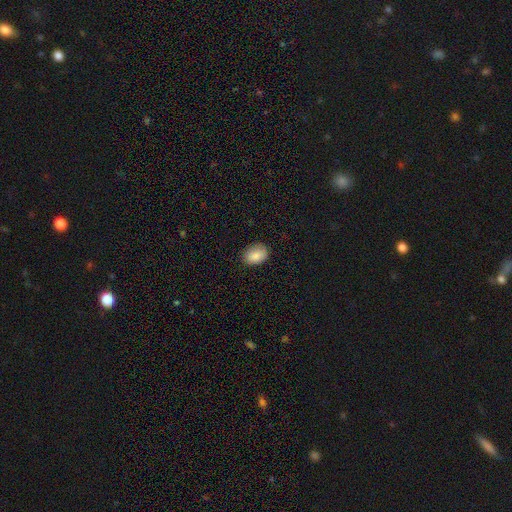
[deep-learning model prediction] Smooth or featured? Predicted: smooth (p=0.87). How rounded? Predicted: in between (p=0.81). Merging? Predicted: none (p=0.84).